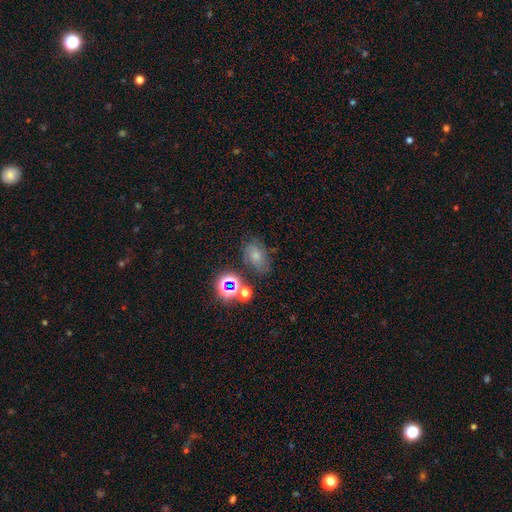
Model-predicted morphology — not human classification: Smooth or featured: smooth — 57% (featured or disk — 22%)
How rounded: in between — 76% (round — 22%)
Merging: none — 61% (minor disturbance — 20%)